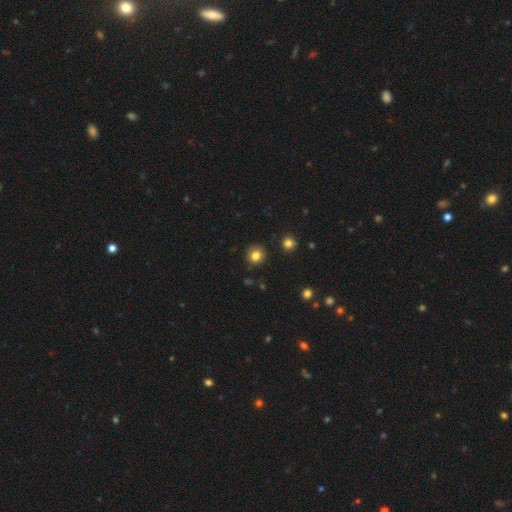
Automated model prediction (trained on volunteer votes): This is clearly a smooth galaxy (83%). How rounded: clearly round (91%). Merging: clearly none (90%).